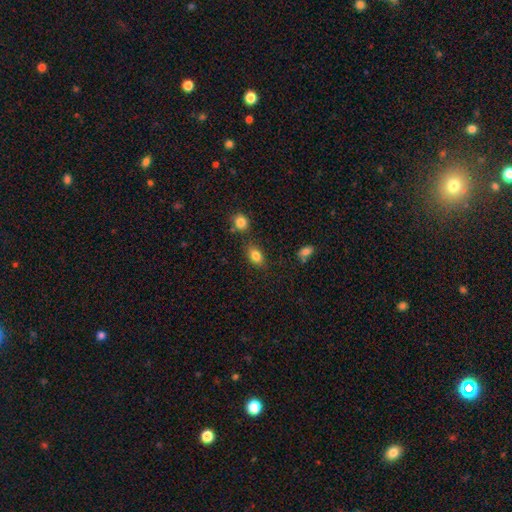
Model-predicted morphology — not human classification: This appears to be a smooth galaxy with no disk features (83%) that is in between round and cigar-shaped (79%). Merging: none (73%).